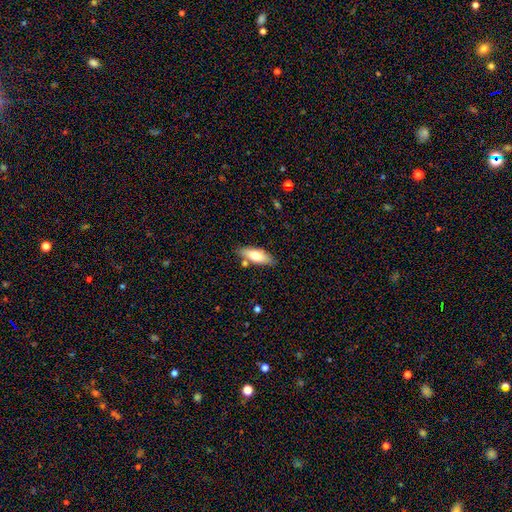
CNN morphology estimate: Q: Smooth or featured?
A: smooth (68%); runner-up: featured or disk (26%)
Q: How rounded?
A: in between (66%); runner-up: cigar-shaped (32%)
Q: Merging?
A: none (78%); runner-up: minor disturbance (13%)